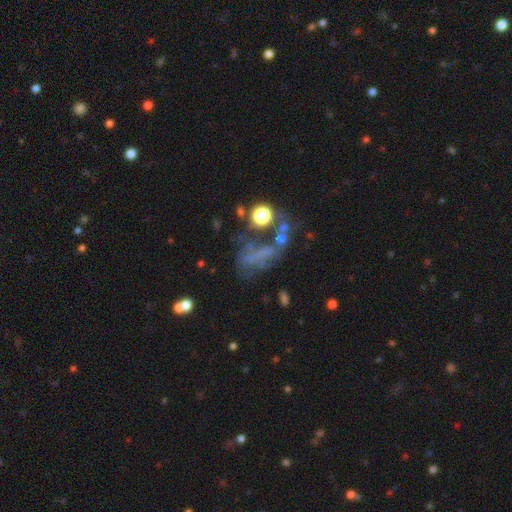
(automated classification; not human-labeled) featured or disk 37%, smooth 34%, star or artifact 28%. Down the decision tree: merging — major disturbance (36%).